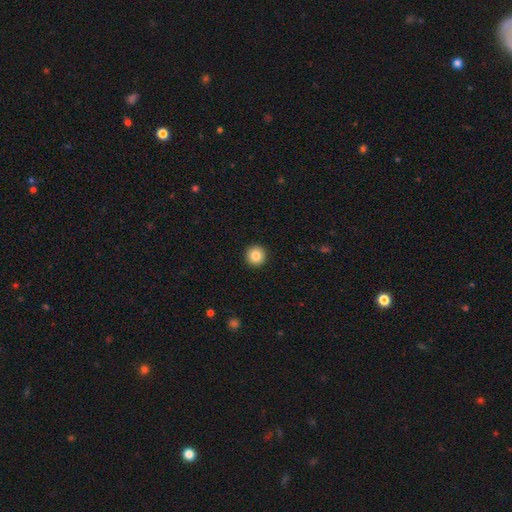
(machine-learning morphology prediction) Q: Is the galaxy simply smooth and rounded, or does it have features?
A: smooth — 84%.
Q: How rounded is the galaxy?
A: round — 96%.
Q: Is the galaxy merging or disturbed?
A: none — 94%.